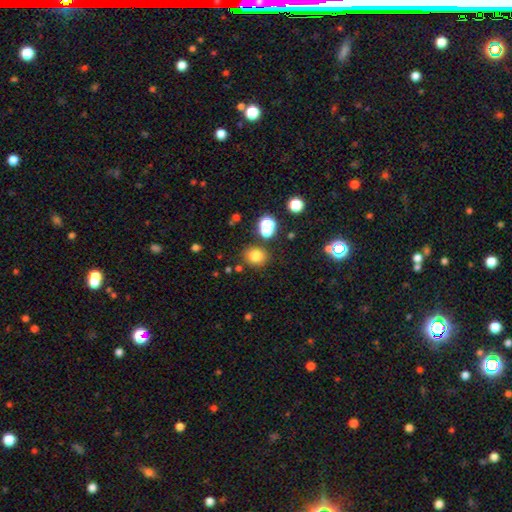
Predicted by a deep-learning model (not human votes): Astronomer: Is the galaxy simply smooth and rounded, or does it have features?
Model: smooth — 77%.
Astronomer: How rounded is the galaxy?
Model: round — 67%.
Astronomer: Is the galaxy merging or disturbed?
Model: none — 79%.